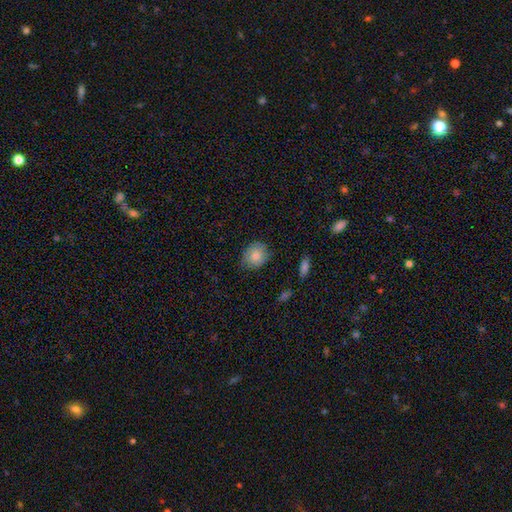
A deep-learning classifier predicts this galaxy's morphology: type=smooth (81%); roundness=round (63%); merging=none (77%).